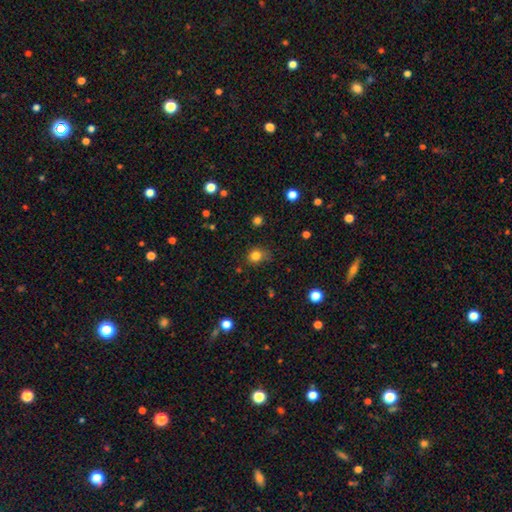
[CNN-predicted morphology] type=smooth (81%); roundness=round (73%); merging=none (69%).